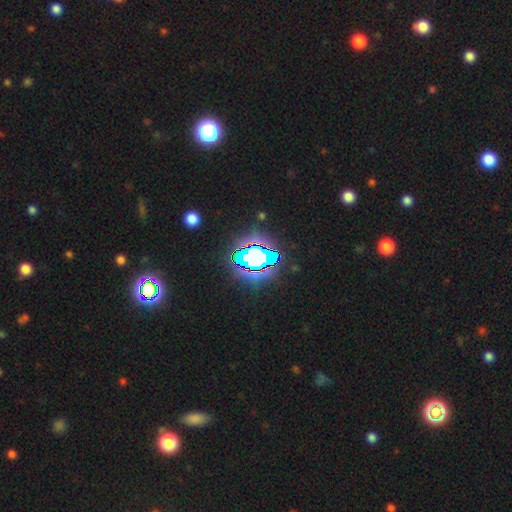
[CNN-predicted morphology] The model was most divided on "smooth or featured": star or artifact: 65%, smooth: 18%, featured or disk: 17%.